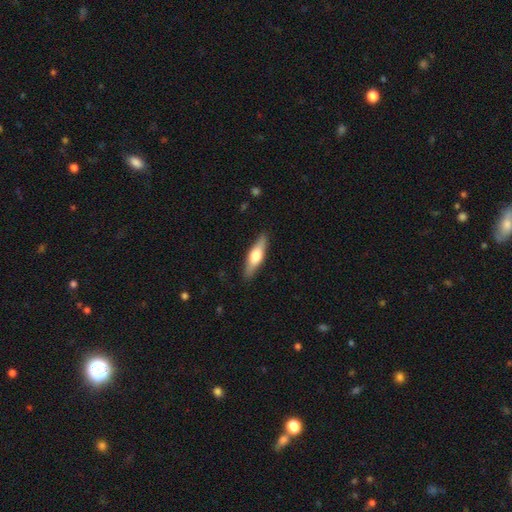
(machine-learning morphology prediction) This is possibly a smooth galaxy (50%). Merging: clearly none (89%).